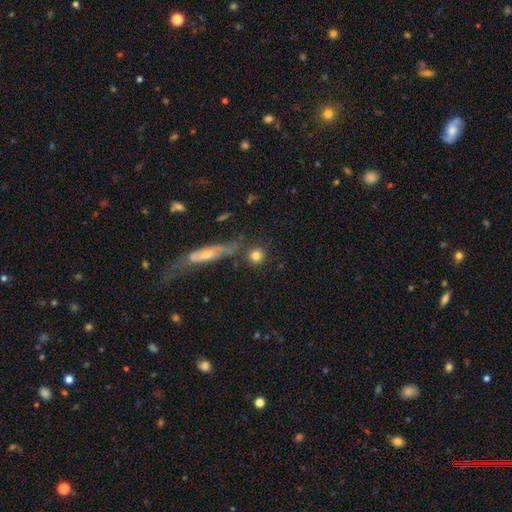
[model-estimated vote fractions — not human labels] This is likely a smooth galaxy (79%). How rounded: clearly round (88%). Merging: likely none (72%).